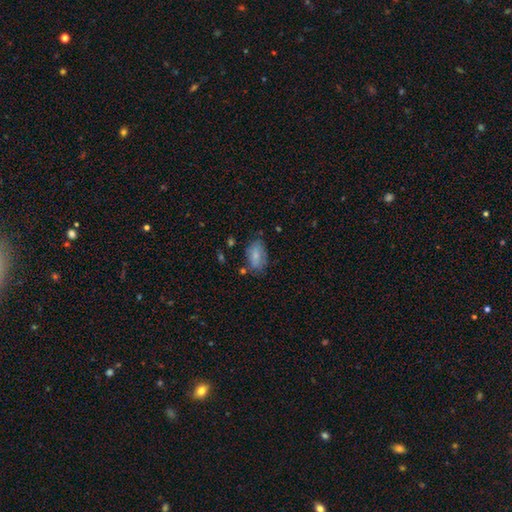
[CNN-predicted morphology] smooth-or-featured: smooth: 76% | featured or disk: 16% | star or artifact: 8%
  how-rounded: in between: 91% | round: 6% | cigar-shaped: 3%
  merging: none: 64% | minor disturbance: 24% | major disturbance: 7% | merger: 5%